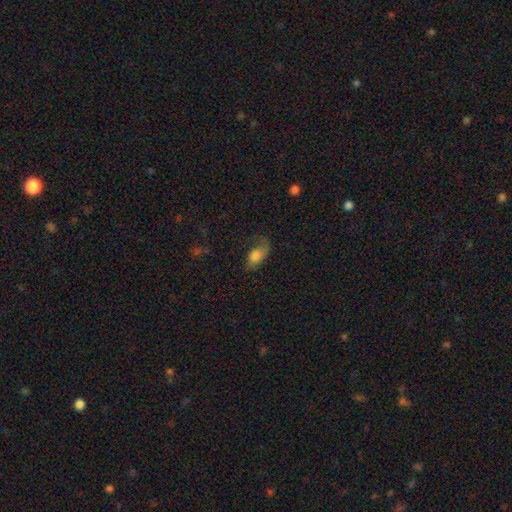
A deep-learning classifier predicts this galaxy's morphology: Smooth or featured?
  - smooth: 72% *
  - featured or disk: 19%
  - star or artifact: 9%
How rounded?
  - in between: 89% *
  - round: 6%
  - cigar-shaped: 4%
Merging?
  - none: 46% *
  - minor disturbance: 28%
  - major disturbance: 24%
  - merger: 2%